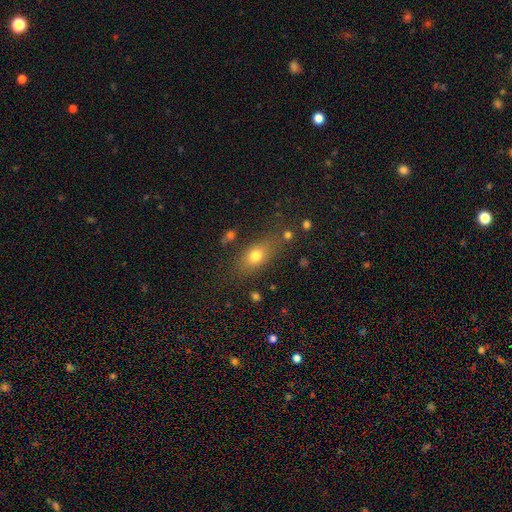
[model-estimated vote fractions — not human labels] Smooth or featured? smooth (74%)
How rounded? in between (71%)
Merging? none (70%)